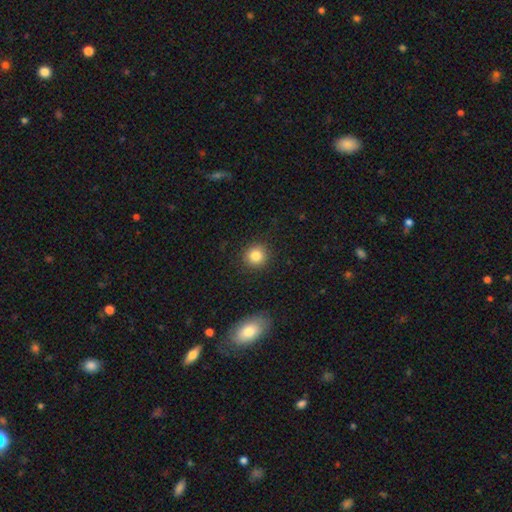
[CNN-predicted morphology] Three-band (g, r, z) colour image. It shows a smooth galaxy with no disk features (84%) that is round (90%). Merging: none (90%).